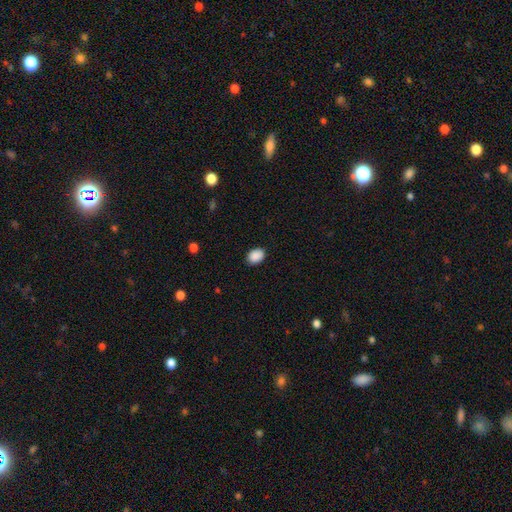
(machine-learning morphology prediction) Smooth or featured: smooth — 90% (star or artifact — 7%)
How rounded: in between — 74% (round — 25%)
Merging: none — 88% (minor disturbance — 9%)